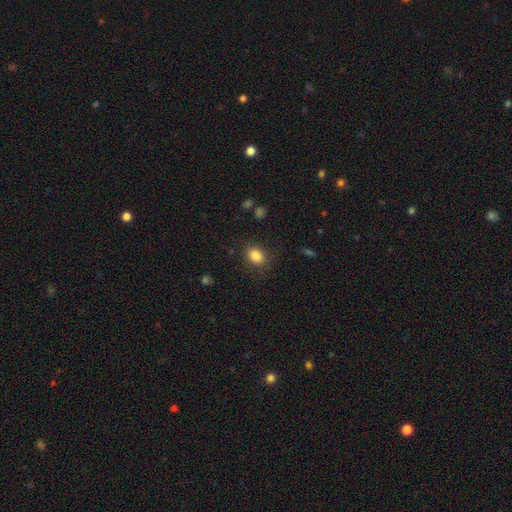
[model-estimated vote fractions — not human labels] Smooth or featured? Predicted: smooth (p=0.85). How rounded? Predicted: in between (p=0.61). Merging? Predicted: none (p=0.84).